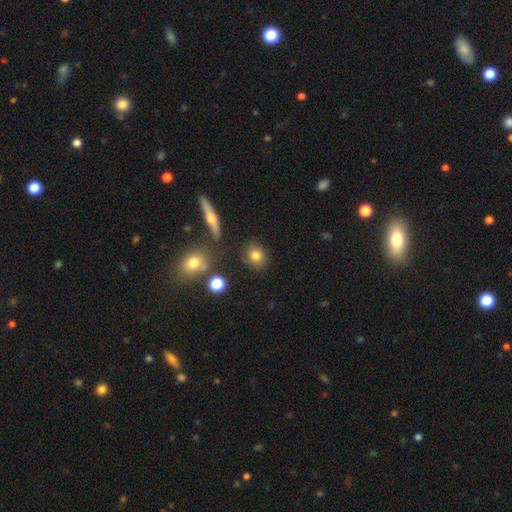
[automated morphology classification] A smooth galaxy with no disk features (80%) that is round (74%). Merging: none (84%).